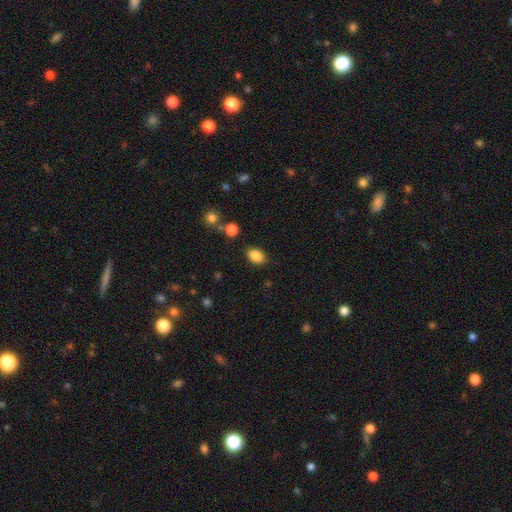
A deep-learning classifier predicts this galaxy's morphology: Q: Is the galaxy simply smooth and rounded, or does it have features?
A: smooth — 86%.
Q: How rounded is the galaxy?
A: in between — 84%.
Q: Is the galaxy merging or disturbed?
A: none — 84%.